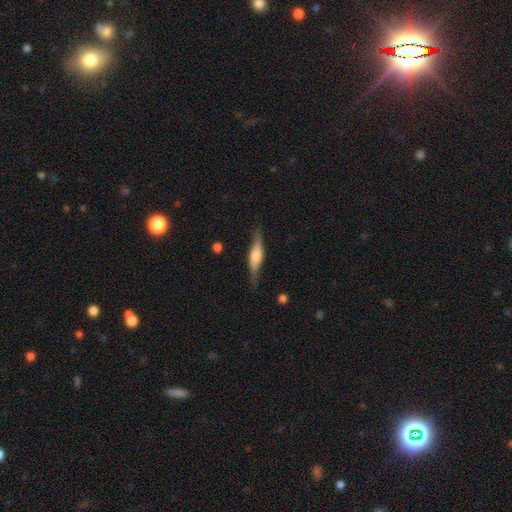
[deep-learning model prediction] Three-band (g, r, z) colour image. It shows a featured or disk galaxy (60%) viewed edge-on (92%) with a rounded central bulge (77%). Merging: none (78%).